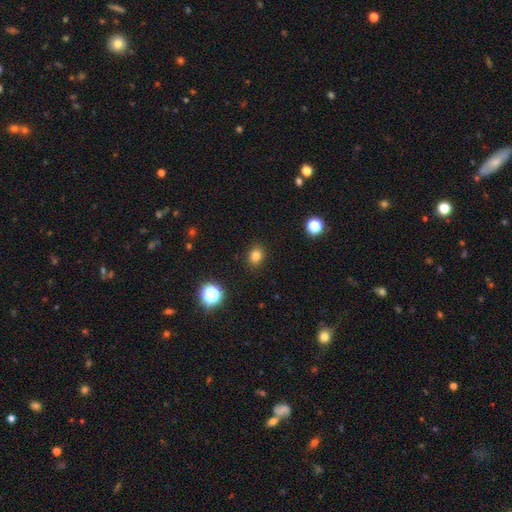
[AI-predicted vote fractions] Morphology: type=smooth (81%); roundness=round (59%); merging=none (89%).